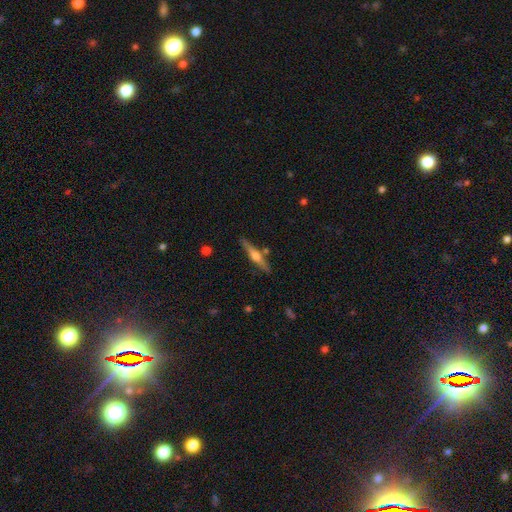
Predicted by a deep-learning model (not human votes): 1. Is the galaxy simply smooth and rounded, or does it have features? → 70% featured or disk, 24% smooth, 6% star or artifact.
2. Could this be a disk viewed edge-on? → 98% yes, 2% no.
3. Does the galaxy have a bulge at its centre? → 91% rounded, 5% boxy, 4% none.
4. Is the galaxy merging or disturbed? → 85% none, 9% minor disturbance, 4% merger, 2% major disturbance.